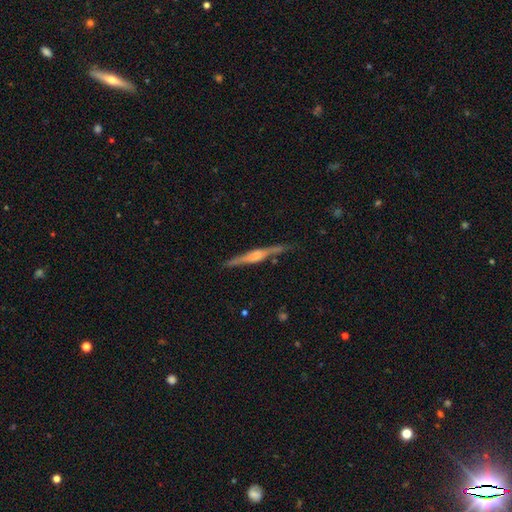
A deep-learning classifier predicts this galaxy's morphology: A featured or disk galaxy (77%) viewed edge-on (97%) with a rounded central bulge (69%).

Vote fractions:
- Smooth or featured? featured or disk: 77% / smooth: 18% / star or artifact: 6%
- Edge-on disk? yes: 97% / no: 3%
- Edge-on bulge? rounded: 69% / boxy: 21% / none: 10%
- Merging? none: 83% / minor disturbance: 13% / major disturbance: 3% / merger: 2%